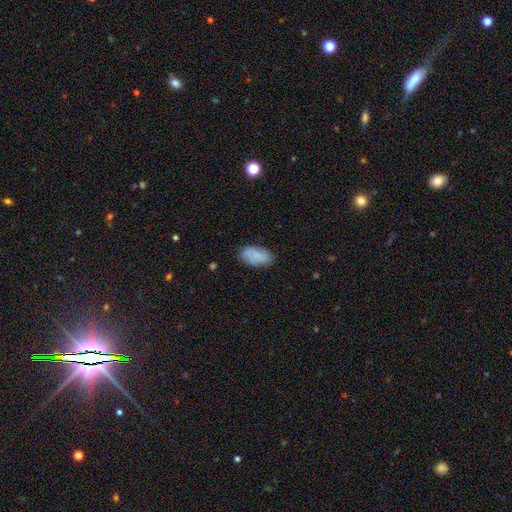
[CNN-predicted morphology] Q: Smooth or featured?
A: smooth (78%); runner-up: featured or disk (15%)
Q: How rounded?
A: in between (93%); runner-up: round (5%)
Q: Merging?
A: none (79%); runner-up: minor disturbance (16%)